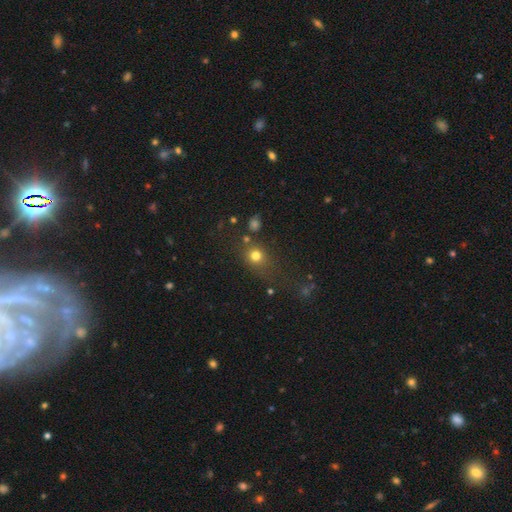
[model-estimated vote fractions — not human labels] Smooth or featured? smooth (73%)
How rounded? round (78%)
Merging? none (62%)